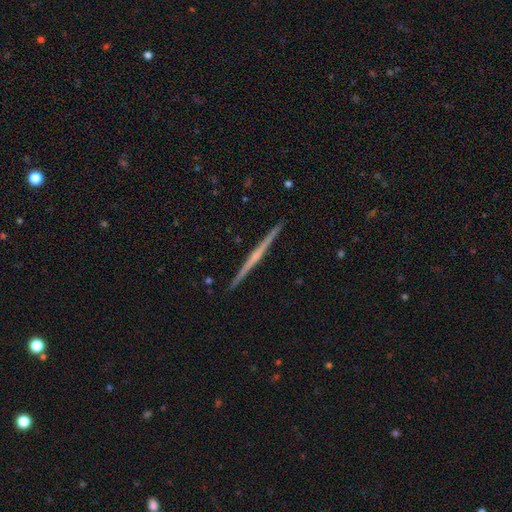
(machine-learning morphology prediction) featured or disk 79%, smooth 16%, star or artifact 5%. Down the decision tree: edge-on disk — yes (99%); edge-on bulge — rounded (46%, tied with none); merging — none (93%).